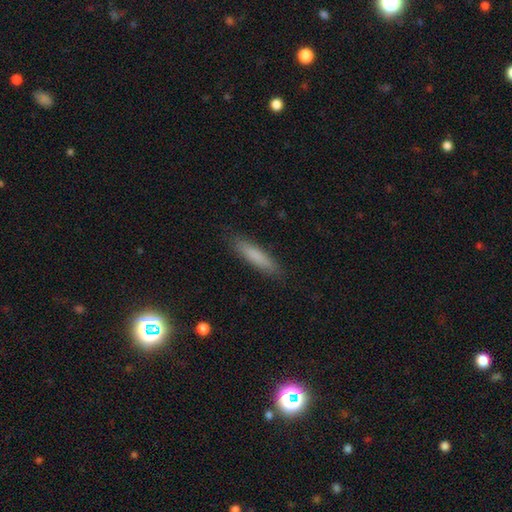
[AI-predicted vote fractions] Smooth or featured: smooth — 79% (featured or disk — 14%)
How rounded: cigar-shaped — 83% (in between — 15%)
Merging: none — 87% (minor disturbance — 10%)